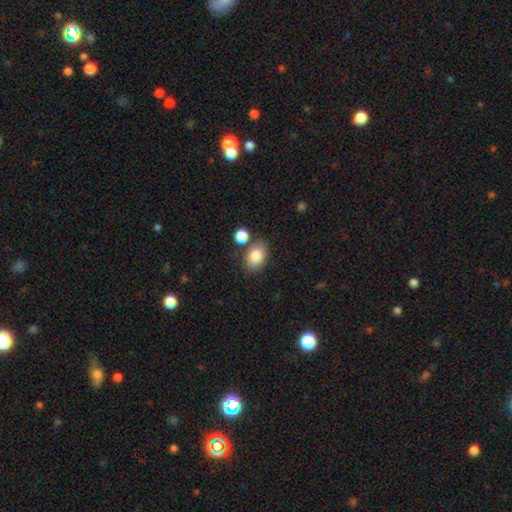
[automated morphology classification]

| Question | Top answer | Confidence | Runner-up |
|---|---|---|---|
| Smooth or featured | smooth | 85% | star or artifact (8%) |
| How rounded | in between | 79% | round (20%) |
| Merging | none | 72% | minor disturbance (13%) |